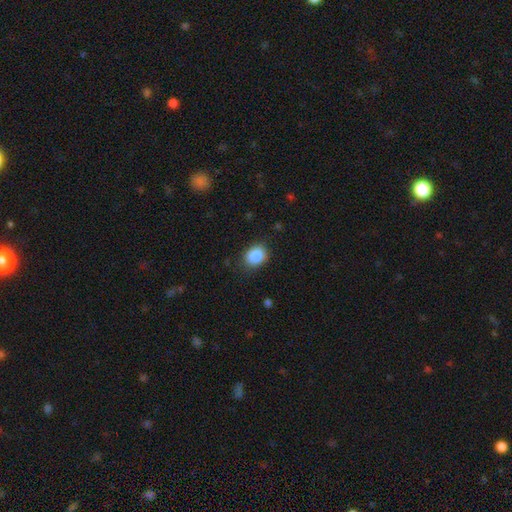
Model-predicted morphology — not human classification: This appears to be a smooth galaxy with no disk features (87%) that is round (50%). Merging: none (82%).